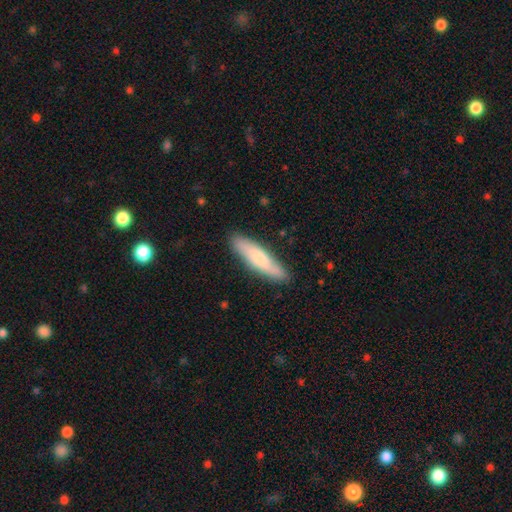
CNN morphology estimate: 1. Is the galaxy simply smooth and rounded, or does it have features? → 69% smooth, 24% featured or disk, 6% star or artifact.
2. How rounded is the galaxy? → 77% cigar-shaped, 22% in between, 1% round.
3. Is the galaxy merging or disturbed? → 86% none, 11% minor disturbance, 2% major disturbance, 1% merger.